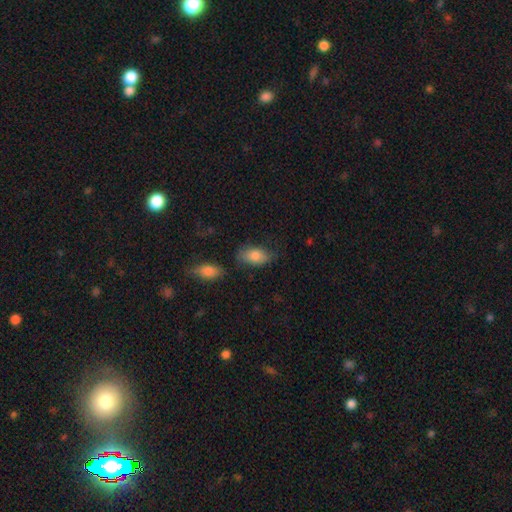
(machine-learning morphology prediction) smooth_or_featured: smooth (p=0.83) [alt: featured or disk p=0.10]
how_rounded: in between (p=0.91) [alt: round p=0.05]
merging: none (p=0.66) [alt: minor disturbance p=0.22]